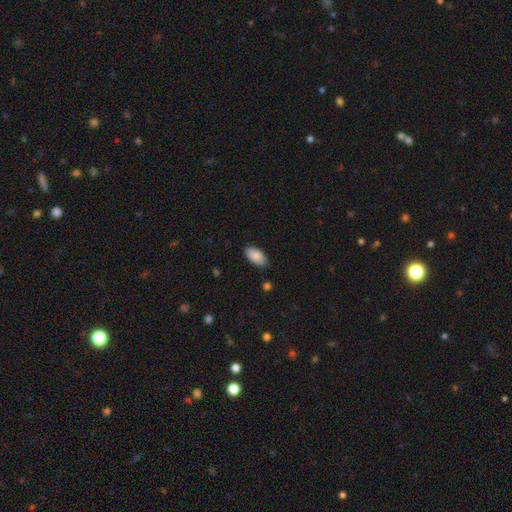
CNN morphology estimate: smooth-or-featured: smooth: 87% | star or artifact: 6% | featured or disk: 6%
  how-rounded: in between: 95% | cigar-shaped: 3% | round: 2%
  merging: none: 85% | minor disturbance: 12% | major disturbance: 2% | merger: 1%